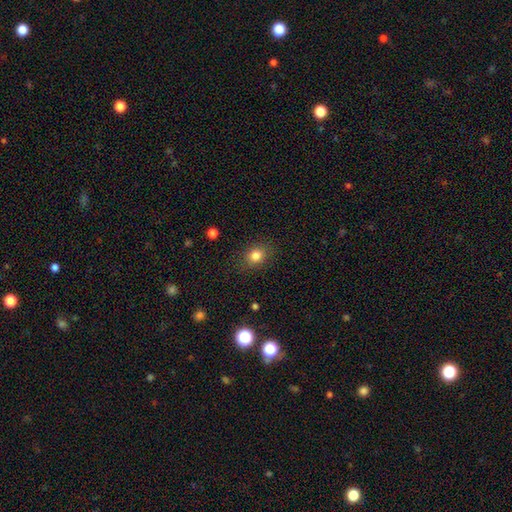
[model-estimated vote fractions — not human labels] Smooth or featured?
  - smooth: 82% *
  - star or artifact: 12%
  - featured or disk: 7%
How rounded?
  - round: 57% *
  - in between: 42%
  - cigar-shaped: 1%
Merging?
  - none: 85% *
  - minor disturbance: 11%
  - major disturbance: 4%
  - merger: 1%